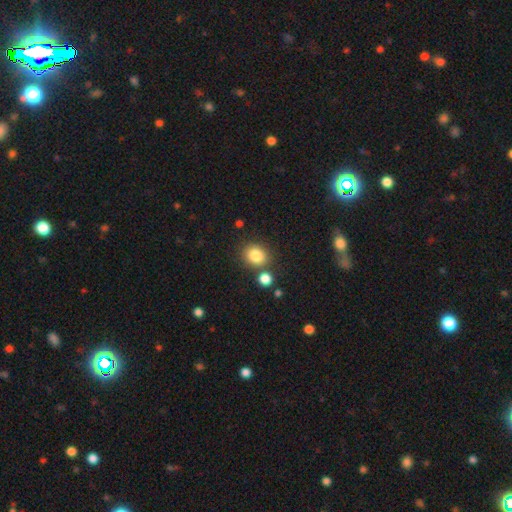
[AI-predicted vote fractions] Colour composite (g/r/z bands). It shows a smooth galaxy with no disk features (84%) that is round (66%). Merging: none (75%).